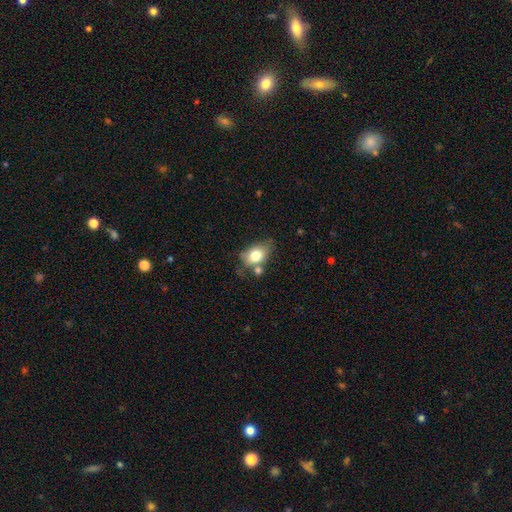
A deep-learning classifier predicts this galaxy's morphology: Smooth or featured? smooth (75%)
How rounded? in between (78%)
Merging? none (48%)